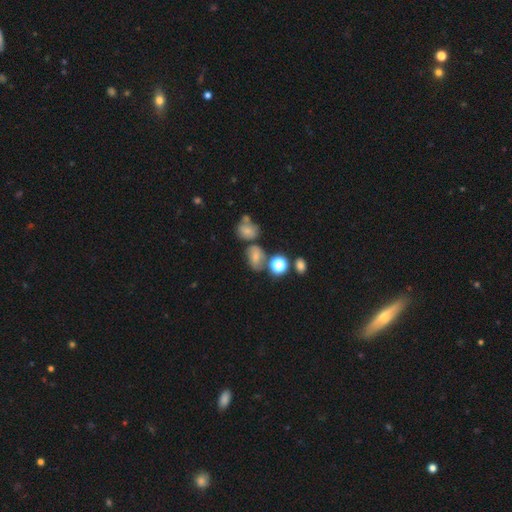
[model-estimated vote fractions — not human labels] This is likely a smooth galaxy (63%). How rounded: likely in between (61%). Merging: possibly none (51%).